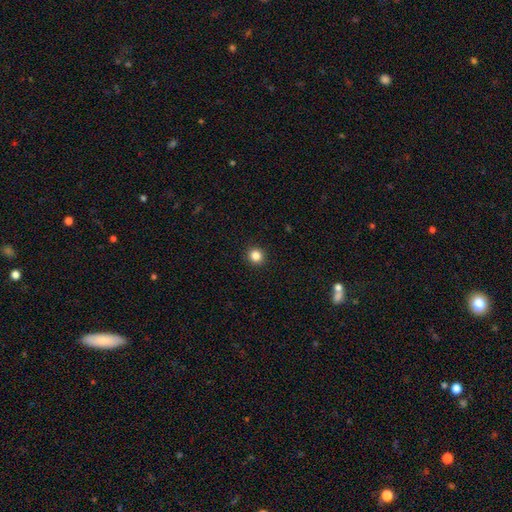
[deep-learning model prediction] A smooth galaxy with no disk features (84%) that is round (93%). Merging: none (93%).